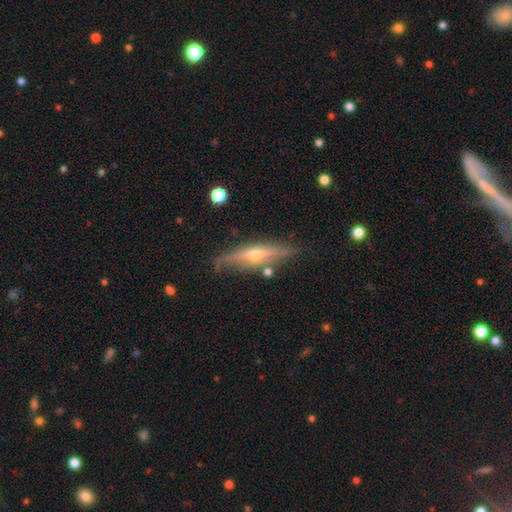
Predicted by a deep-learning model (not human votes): Q: Smooth or featured?
A: featured or disk (72%); runner-up: smooth (22%)
Q: Edge-on disk?
A: yes (91%); runner-up: no (9%)
Q: Edge-on bulge?
A: rounded (88%); runner-up: none (8%)
Q: Merging?
A: none (78%); runner-up: minor disturbance (15%)